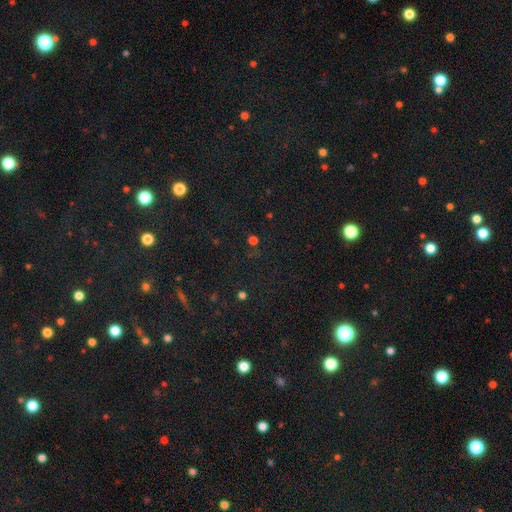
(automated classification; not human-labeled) A star or artifact, not a galaxy (72%).

Vote fractions:
- Smooth or featured? star or artifact: 72% / smooth: 20% / featured or disk: 8%